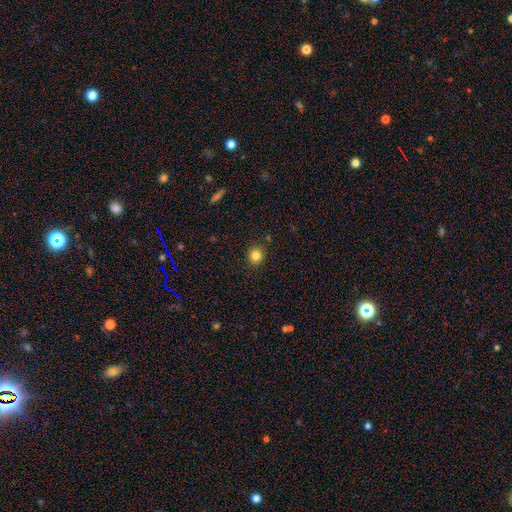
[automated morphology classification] smooth-or-featured: smooth: 83% | star or artifact: 12% | featured or disk: 5%
  how-rounded: round: 87% | in between: 12% | cigar-shaped: 1%
  merging: none: 89% | minor disturbance: 7% | major disturbance: 2% | merger: 2%